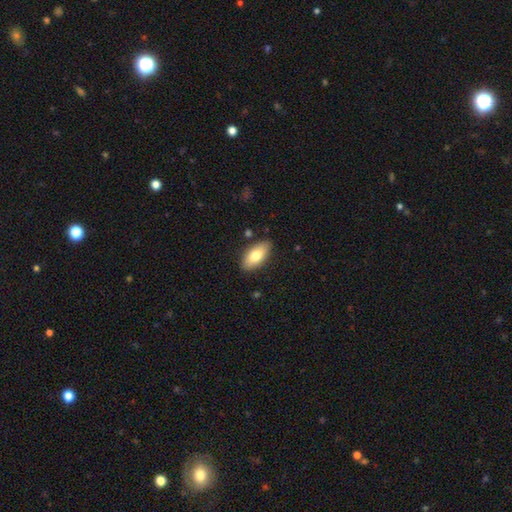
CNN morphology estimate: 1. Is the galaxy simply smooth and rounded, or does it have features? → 76% smooth, 18% featured or disk, 6% star or artifact.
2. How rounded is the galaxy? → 90% in between, 8% cigar-shaped, 3% round.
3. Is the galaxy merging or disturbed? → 86% none, 10% minor disturbance, 2% major disturbance, 2% merger.